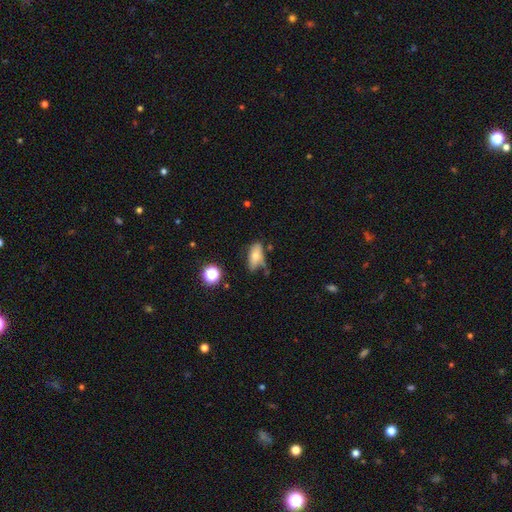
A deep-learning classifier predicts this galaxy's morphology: This appears to be a smooth galaxy with no disk features (70%) that is in between round and cigar-shaped (86%). Merging: none (53%).